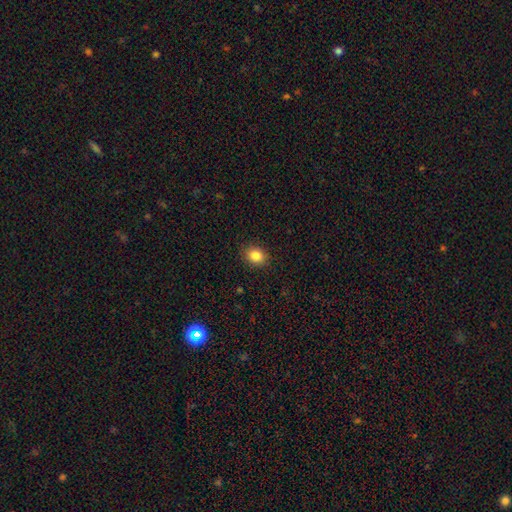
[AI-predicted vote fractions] A smooth galaxy with no disk features (85%) that is in between round and cigar-shaped (53%). Merging: none (89%).